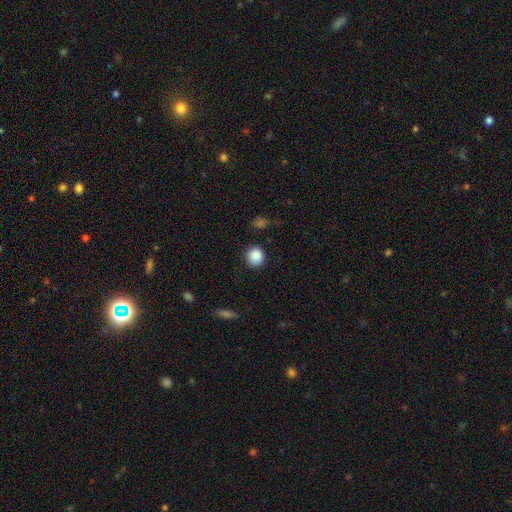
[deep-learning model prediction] smooth-or-featured: smooth: 88% | star or artifact: 9% | featured or disk: 3%
  how-rounded: round: 88% | in between: 11% | cigar-shaped: 1%
  merging: none: 86% | minor disturbance: 10% | major disturbance: 3% | merger: 2%